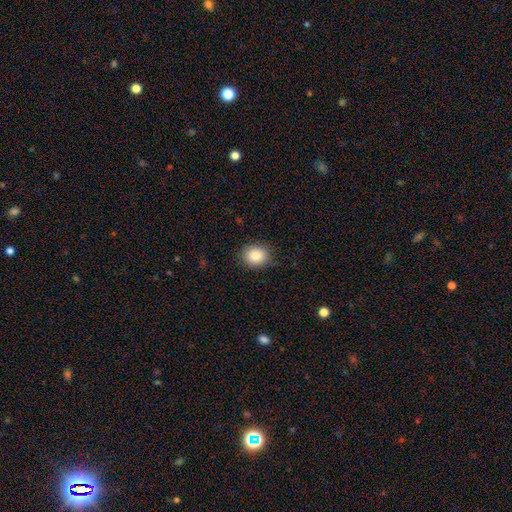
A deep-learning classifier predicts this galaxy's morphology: A smooth galaxy with no disk features (86%) that is round (71%).

Vote fractions:
- Smooth or featured? smooth: 86% / star or artifact: 9% / featured or disk: 5%
- How rounded? round: 71% / in between: 28% / cigar-shaped: 1%
- Merging? none: 84% / minor disturbance: 13% / major disturbance: 3% / merger: 1%